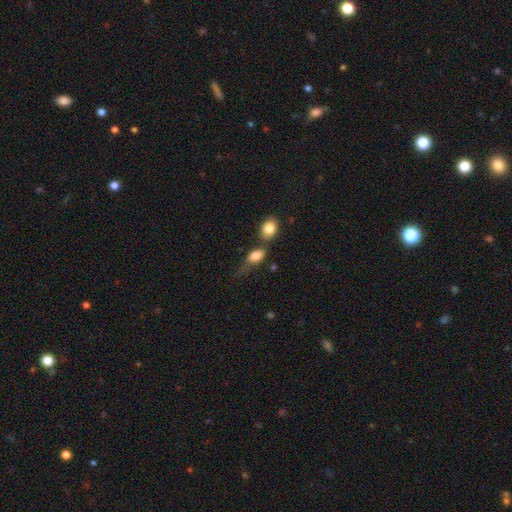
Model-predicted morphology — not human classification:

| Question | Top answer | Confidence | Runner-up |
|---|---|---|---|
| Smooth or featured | smooth | 82% | featured or disk (9%) |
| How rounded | in between | 82% | round (13%) |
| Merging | none | 36% | minor disturbance (25%) |